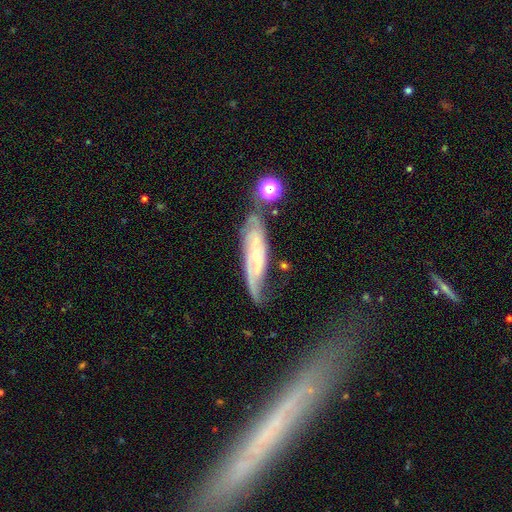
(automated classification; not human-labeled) A featured or disk galaxy (78%) with no bar (57%), 2 (50%) tight (49%) spiral arms (92%) and a small central bulge (71%).

Vote fractions:
- Smooth or featured? featured or disk: 78% / smooth: 15% / star or artifact: 7%
- Edge-on disk? no: 80% / yes: 20%
- Bar? no: 57% / weak: 31% / strong: 12%
- Spiral arms? yes: 92% / no: 8%
- Spiral winding? tight: 49% / medium: 37% / loose: 14%
- Spiral arm count? 2: 50% / can't tell: 31% / 3: 8% / 1: 5% / 4: 3% / more than 4: 2%
- Bulge size? small: 71% / moderate: 23% / none: 4% / large: 2% / dominant: 1%
- Merging? none: 56% / minor disturbance: 24% / major disturbance: 12% / merger: 7%